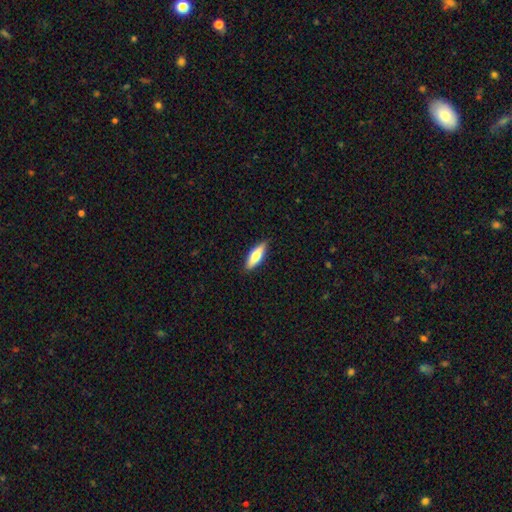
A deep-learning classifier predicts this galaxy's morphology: Smooth or featured: smooth — 65% (featured or disk — 29%)
How rounded: cigar-shaped — 51% (in between — 47%)
Merging: none — 89% (minor disturbance — 8%)